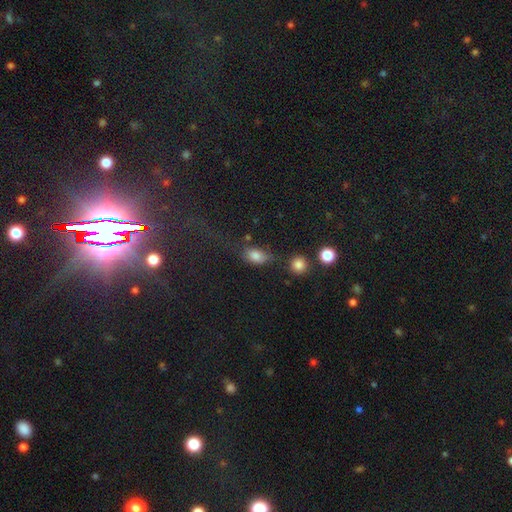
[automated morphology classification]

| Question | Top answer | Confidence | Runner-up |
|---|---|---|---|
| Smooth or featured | smooth | 80% | star or artifact (12%) |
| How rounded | in between | 81% | round (15%) |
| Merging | none | 49% | minor disturbance (27%) |